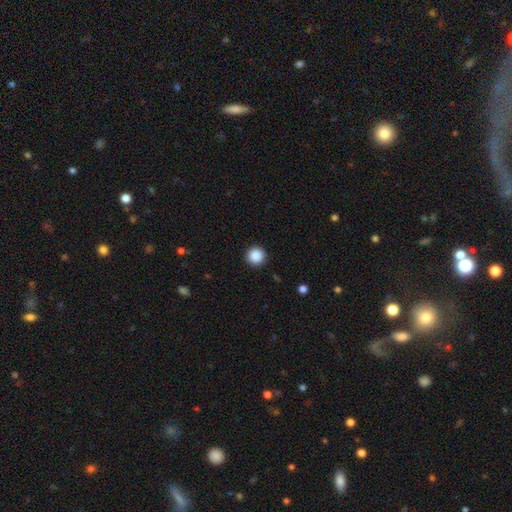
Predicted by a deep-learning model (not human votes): Smooth or featured? smooth (88%)
How rounded? round (96%)
Merging? none (92%)